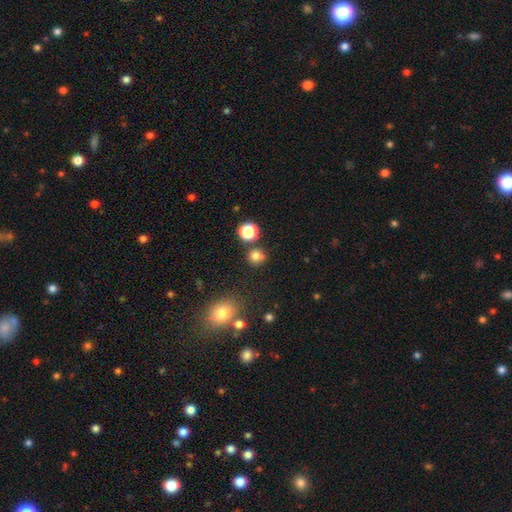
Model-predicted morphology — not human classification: smooth_or_featured: smooth (p=0.77) [alt: star or artifact p=0.17]
how_rounded: round (p=0.89) [alt: in between p=0.10]
merging: none (p=0.73) [alt: merger p=0.13]